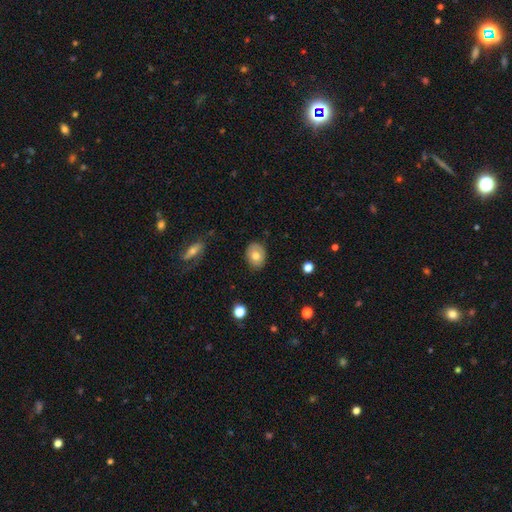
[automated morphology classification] smooth 74%, featured or disk 19%, star or artifact 8%. Down the decision tree: how rounded — in between (59%); merging — none (84%).